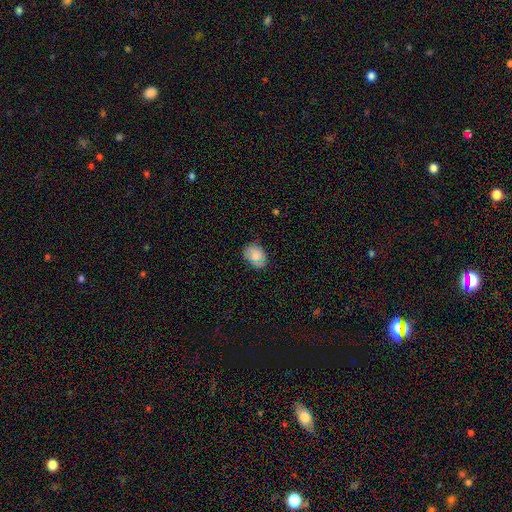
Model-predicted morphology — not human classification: Smooth or featured? Predicted: smooth (p=0.82). How rounded? Predicted: in between (p=0.65). Merging? Predicted: none (p=0.75).